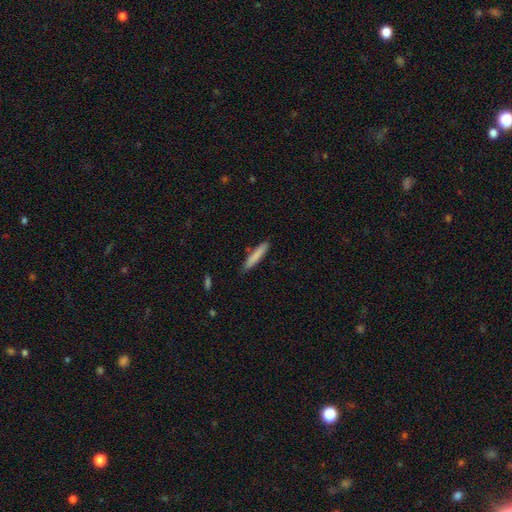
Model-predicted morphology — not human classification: Overall: smooth (81%). How rounded: cigar-shaped (91%). Merging: none (86%).